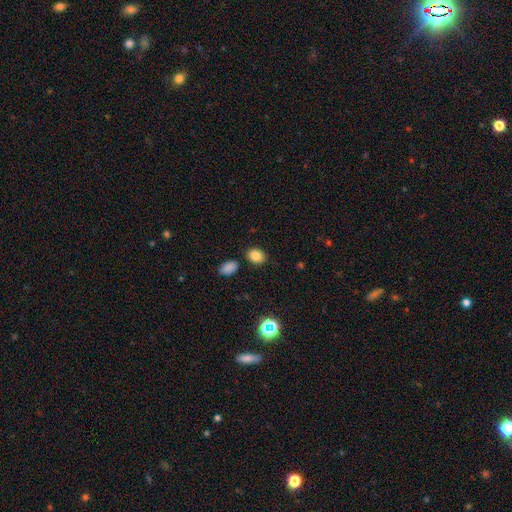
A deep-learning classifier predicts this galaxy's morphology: Q: Smooth or featured?
A: smooth (82%); runner-up: star or artifact (12%)
Q: How rounded?
A: in between (64%); runner-up: round (35%)
Q: Merging?
A: none (83%); runner-up: minor disturbance (9%)